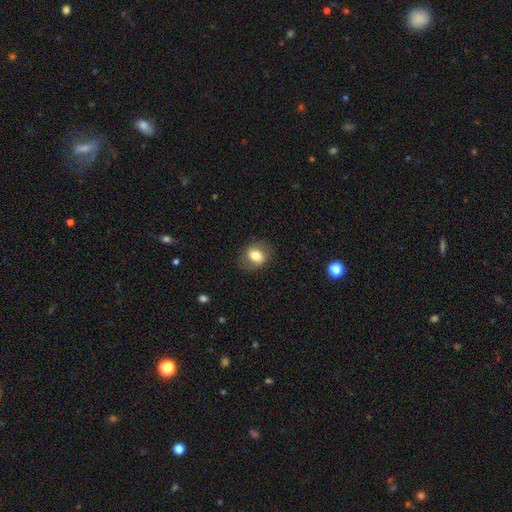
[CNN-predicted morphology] The model was most divided on "how rounded": in between: 55%, round: 44%, cigar-shaped: 1%. More confident: merging — none (77%); smooth or featured — smooth (71%).